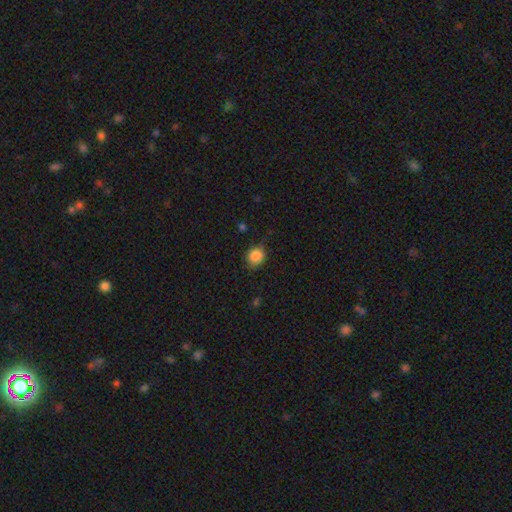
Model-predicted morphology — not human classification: A smooth galaxy with no disk features (85%) that is round (79%).

Vote fractions:
- Smooth or featured? smooth: 85% / star or artifact: 9% / featured or disk: 5%
- How rounded? round: 79% / in between: 20% / cigar-shaped: 1%
- Merging? none: 71% / minor disturbance: 23% / major disturbance: 5% / merger: 2%